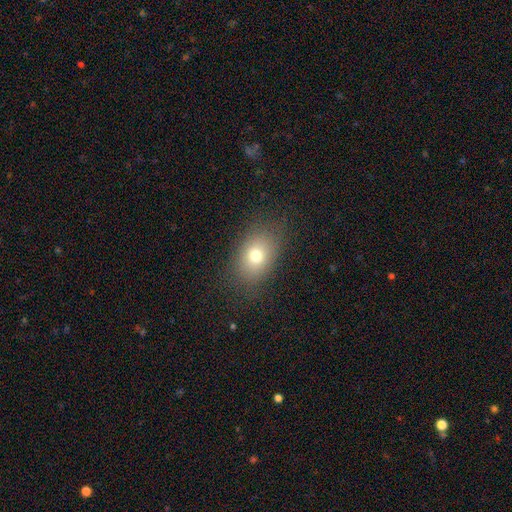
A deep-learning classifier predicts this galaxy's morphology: Smooth or featured? Predicted: smooth (p=0.74). How rounded? Predicted: in between (p=0.72). Merging? Predicted: none (p=0.82).